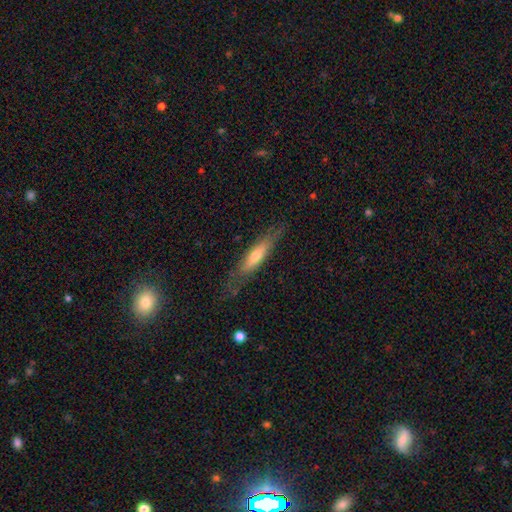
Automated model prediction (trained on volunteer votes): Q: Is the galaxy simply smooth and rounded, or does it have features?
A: featured or disk — 50%.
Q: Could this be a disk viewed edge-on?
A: yes — 78%.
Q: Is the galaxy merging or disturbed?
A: none — 74%.